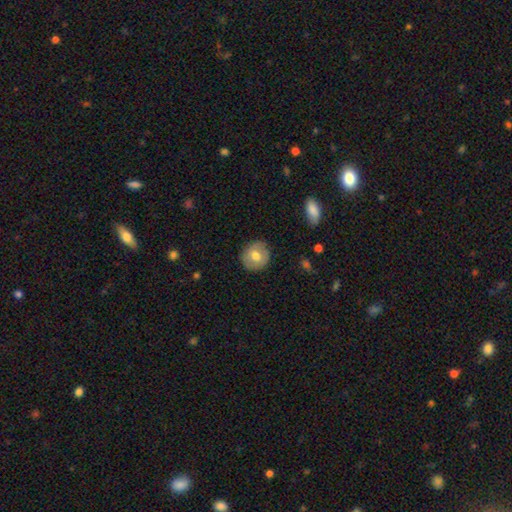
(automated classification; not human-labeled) smooth-or-featured: smooth: 66% | featured or disk: 27% | star or artifact: 7%
  how-rounded: round: 85% | in between: 14% | cigar-shaped: 1%
  merging: none: 85% | minor disturbance: 11% | major disturbance: 3% | merger: 1%